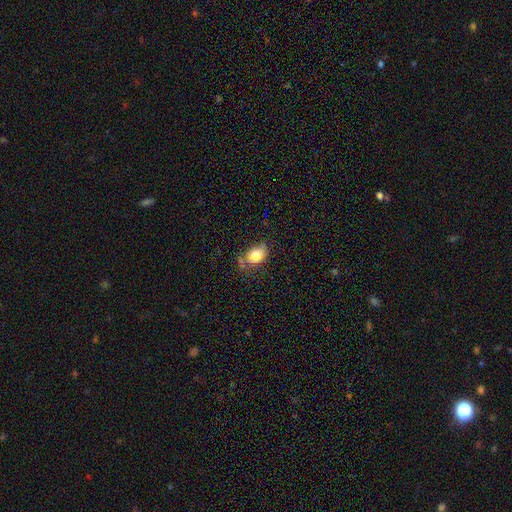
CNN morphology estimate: type=smooth (71%); roundness=in between (73%); merging=none (47%).